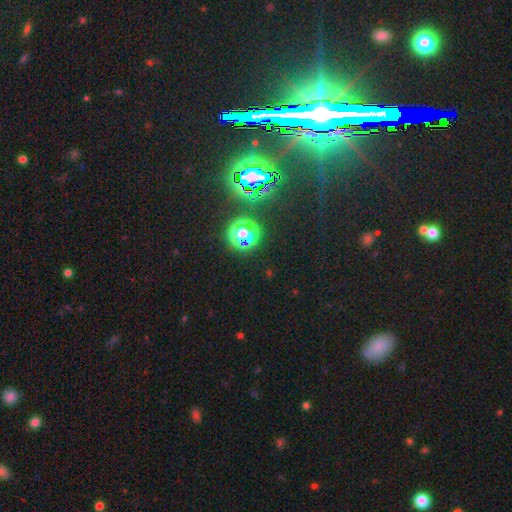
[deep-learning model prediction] Smooth or featured? Predicted: star or artifact (p=0.79).